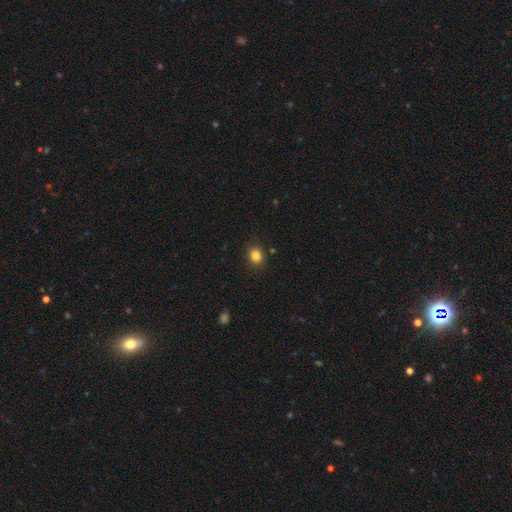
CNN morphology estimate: Q: Smooth or featured?
A: smooth (84%); runner-up: star or artifact (11%)
Q: How rounded?
A: round (66%); runner-up: in between (33%)
Q: Merging?
A: none (88%); runner-up: minor disturbance (8%)